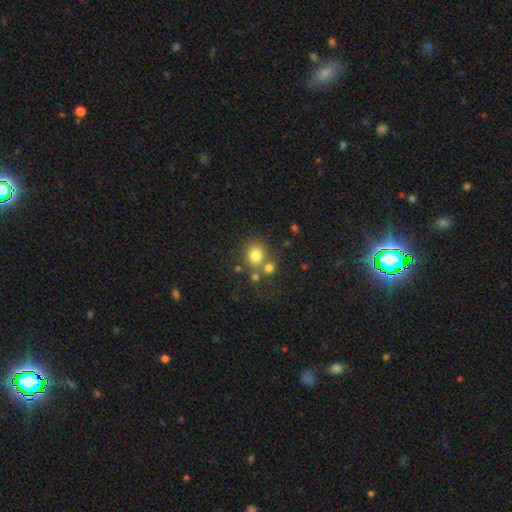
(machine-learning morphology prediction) Smooth or featured? smooth (78%)
How rounded? round (77%)
Merging? none (57%)